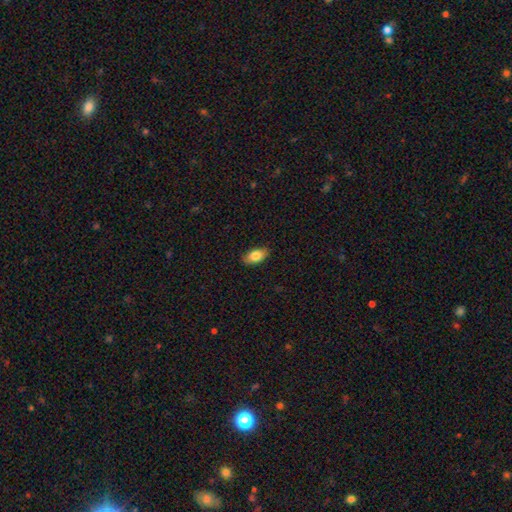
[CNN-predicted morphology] Overall: smooth (81%). How rounded: in between (91%). Merging: none (87%).